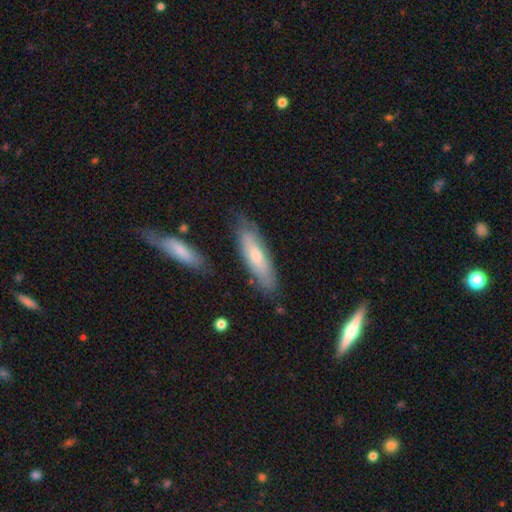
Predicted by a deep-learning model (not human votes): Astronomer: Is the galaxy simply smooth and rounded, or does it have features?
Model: smooth — 58% (runner-up: featured or disk, 36%).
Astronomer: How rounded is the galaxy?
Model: cigar-shaped — 60% (runner-up: in between, 38%).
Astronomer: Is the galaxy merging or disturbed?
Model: none — 75%.